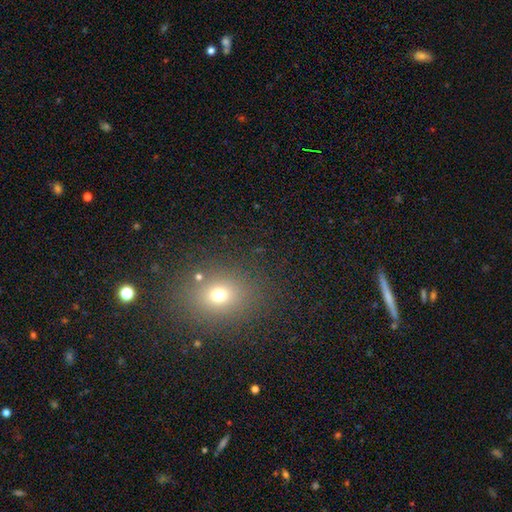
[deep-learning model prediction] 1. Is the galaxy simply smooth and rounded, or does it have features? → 58% smooth, 32% star or artifact, 10% featured or disk.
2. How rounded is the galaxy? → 53% round, 44% in between, 2% cigar-shaped.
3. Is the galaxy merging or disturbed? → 87% none, 7% minor disturbance, 3% major disturbance, 3% merger.